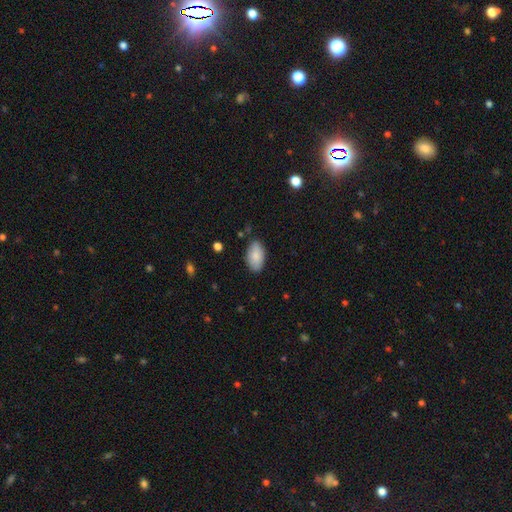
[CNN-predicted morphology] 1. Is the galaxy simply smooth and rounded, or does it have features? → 85% smooth, 9% featured or disk, 6% star or artifact.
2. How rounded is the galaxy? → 94% in between, 4% round, 2% cigar-shaped.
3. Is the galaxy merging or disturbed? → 82% none, 14% minor disturbance, 3% major disturbance, 2% merger.